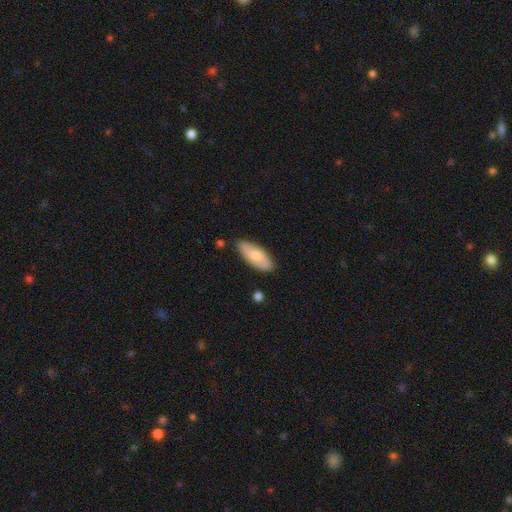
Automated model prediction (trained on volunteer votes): Smooth or featured? Predicted: smooth (p=0.76). How rounded? Predicted: in between (p=0.82). Merging? Predicted: none (p=0.81).